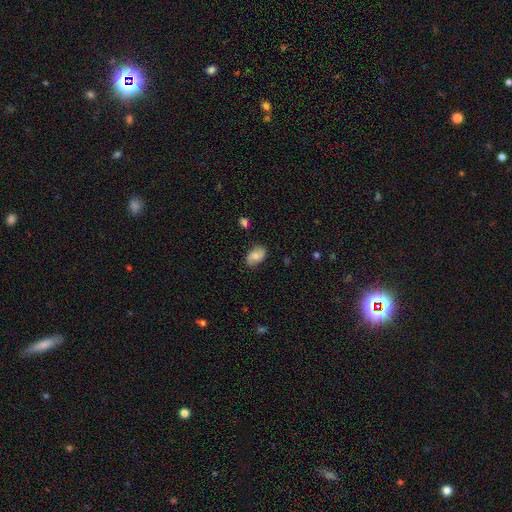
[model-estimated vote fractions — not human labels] Overall: smooth (52%; featured or disk 39%). How rounded: in between (87%). Merging: none (77%).